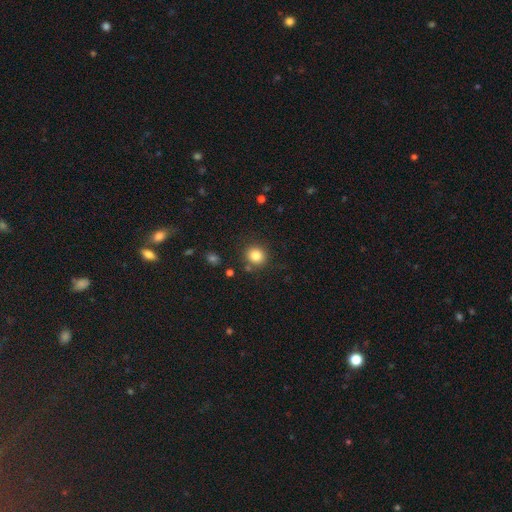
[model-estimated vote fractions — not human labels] Overall: smooth (83%). How rounded: round (86%). Merging: none (84%).